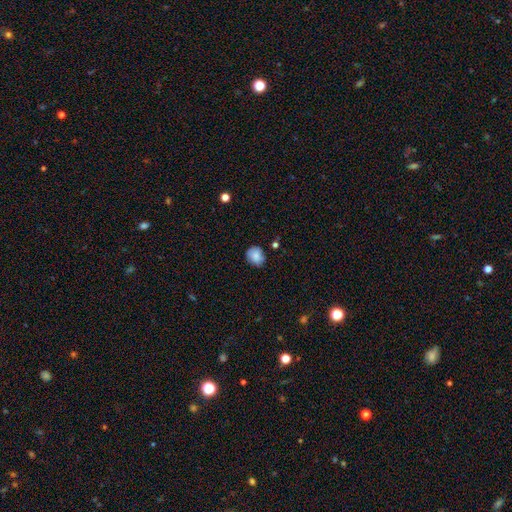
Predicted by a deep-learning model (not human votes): Smooth or featured? Predicted: smooth (p=0.84). How rounded? Predicted: round (p=0.69). Merging? Predicted: none (p=0.79).